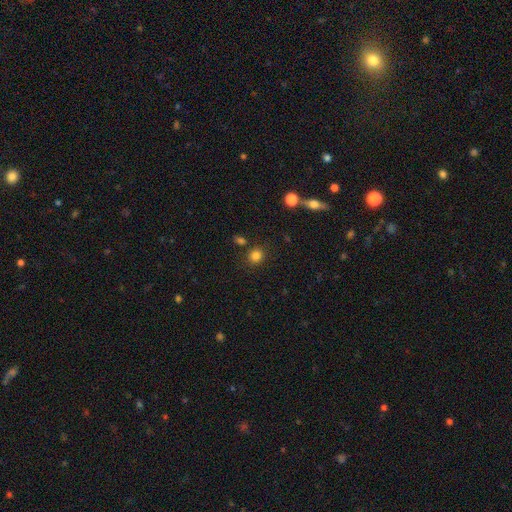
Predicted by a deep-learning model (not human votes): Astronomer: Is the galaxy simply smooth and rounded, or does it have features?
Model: smooth — 83%.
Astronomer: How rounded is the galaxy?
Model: round — 82%.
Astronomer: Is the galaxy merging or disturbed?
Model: none — 82%.